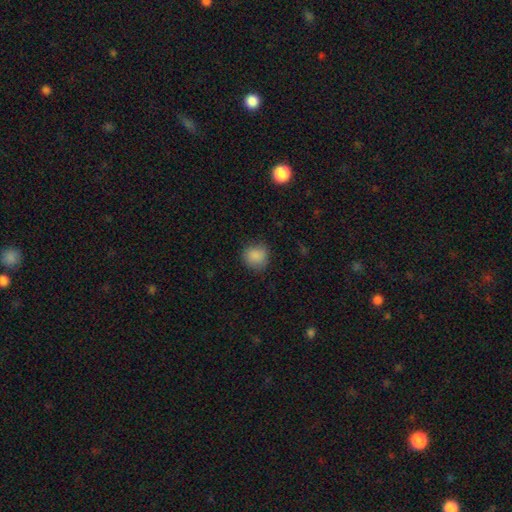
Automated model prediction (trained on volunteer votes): Smooth or featured? Predicted: smooth (p=0.87). How rounded? Predicted: round (p=0.86). Merging? Predicted: none (p=0.80).